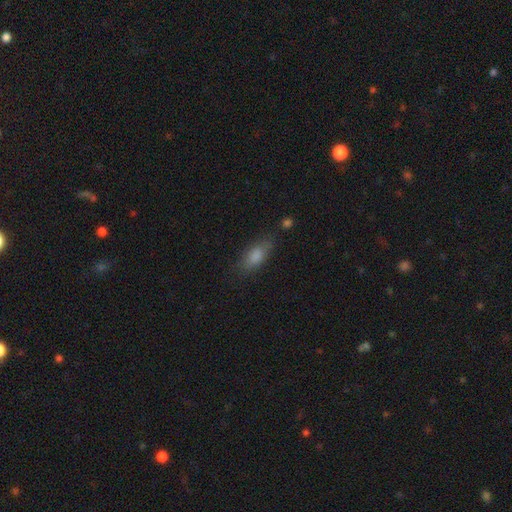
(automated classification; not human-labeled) Morphology: type=smooth (75%); roundness=in between (69%); merging=none (77%).